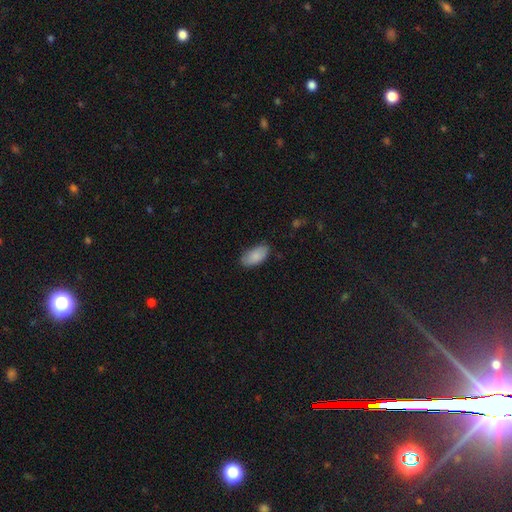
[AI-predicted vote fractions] A smooth galaxy with no disk features (87%) that is in between round and cigar-shaped (94%). Merging: none (78%).